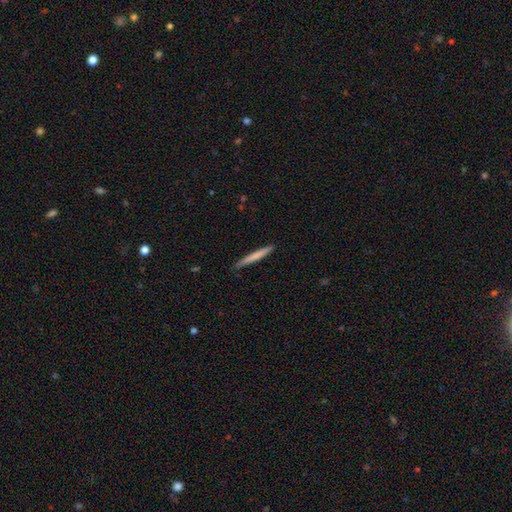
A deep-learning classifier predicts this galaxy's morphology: Smooth or featured? smooth (69%)
How rounded? cigar-shaped (96%)
Merging? none (88%)